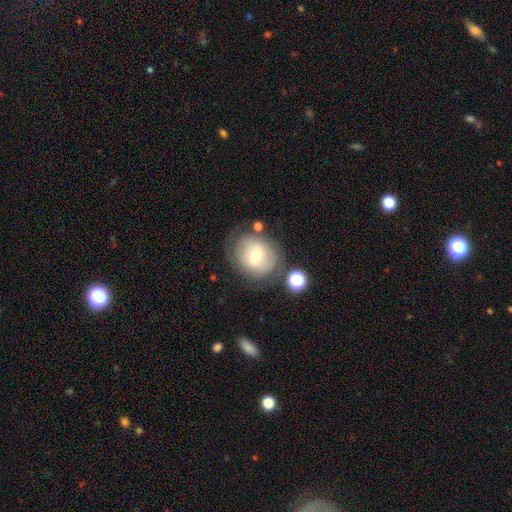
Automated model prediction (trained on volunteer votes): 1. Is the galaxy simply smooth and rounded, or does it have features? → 48% smooth, 43% featured or disk, 10% star or artifact.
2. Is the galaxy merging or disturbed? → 67% none, 18% minor disturbance, 10% major disturbance, 6% merger.